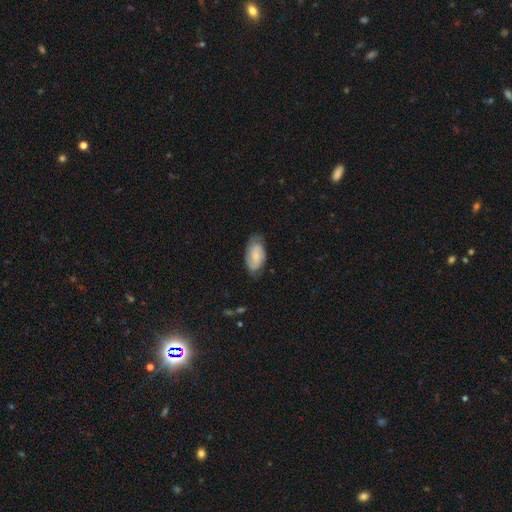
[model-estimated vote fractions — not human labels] Smooth or featured: featured or disk — 51% (smooth — 42%)
Edge-on disk: no — 95% (yes — 5%)
Merging: none — 68% (minor disturbance — 24%)